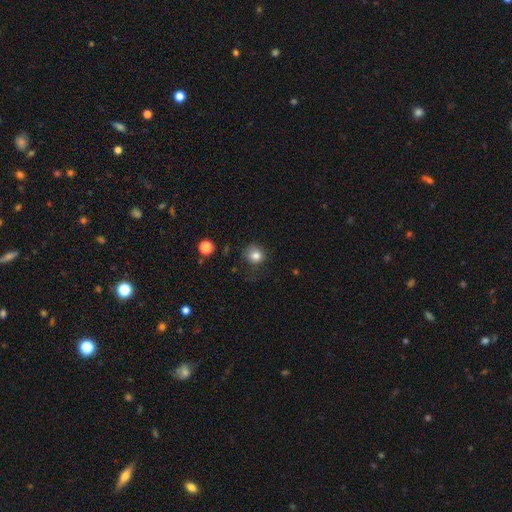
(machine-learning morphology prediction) smooth-or-featured: smooth: 81% | star or artifact: 12% | featured or disk: 7%
  how-rounded: round: 83% | in between: 17% | cigar-shaped: 1%
  merging: none: 62% | minor disturbance: 25% | major disturbance: 11% | merger: 2%